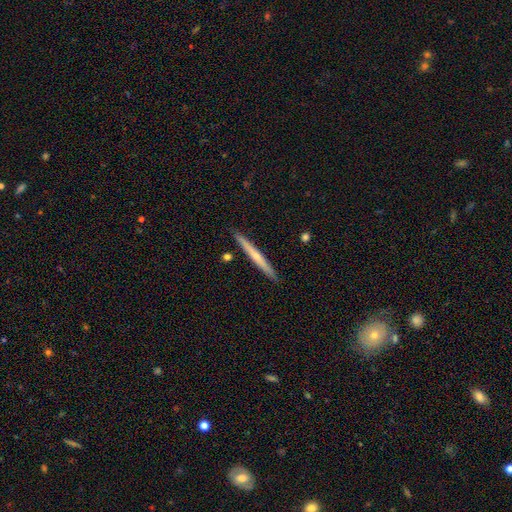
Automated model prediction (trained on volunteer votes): A featured or disk galaxy (52%) viewed edge-on (97%) with no central bulge (50%). Merging: none (90%).